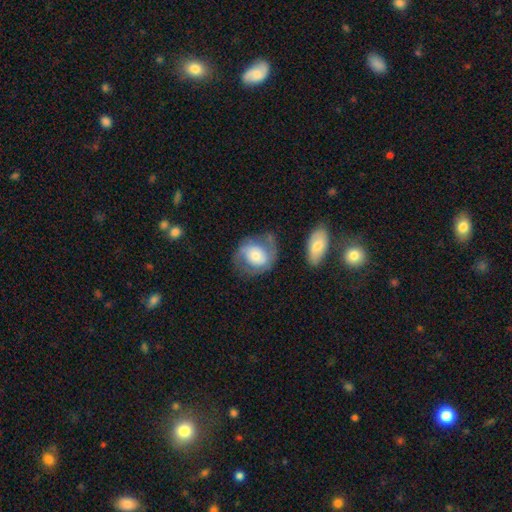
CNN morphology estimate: This appears to be a featured or disk galaxy (54%) with no bar (69%), spiral arms (75%) and a moderate central bulge (49%). Merging: none (53%).